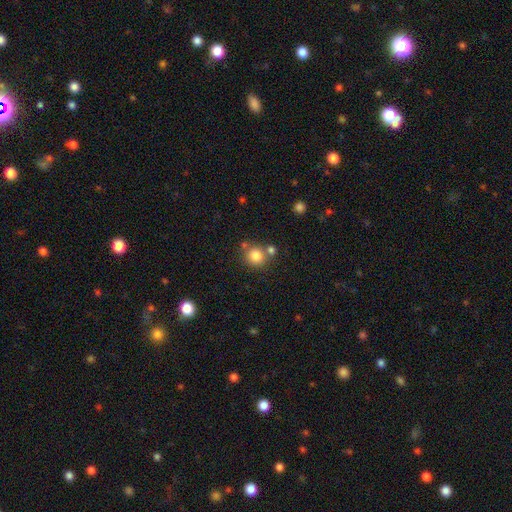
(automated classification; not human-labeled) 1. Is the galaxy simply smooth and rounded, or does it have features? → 82% smooth, 11% star or artifact, 7% featured or disk.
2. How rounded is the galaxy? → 89% round, 10% in between, 1% cigar-shaped.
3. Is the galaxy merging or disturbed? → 67% none, 19% merger, 10% minor disturbance, 4% major disturbance.